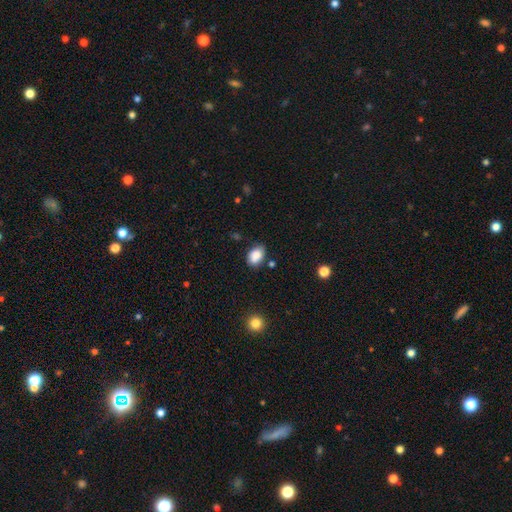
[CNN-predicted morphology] Smooth or featured? Predicted: smooth (p=0.85). How rounded? Predicted: in between (p=0.78). Merging? Predicted: none (p=0.70).